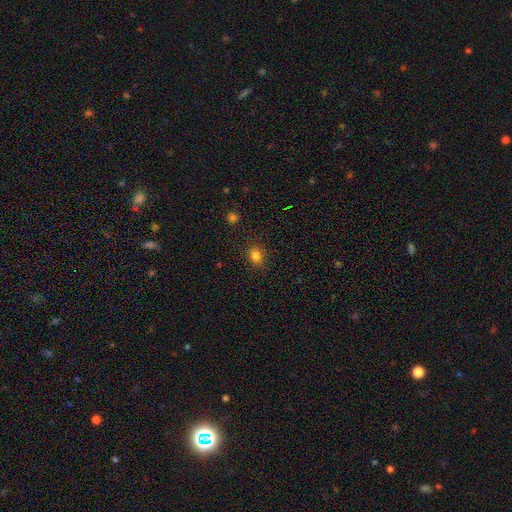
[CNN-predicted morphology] type=smooth (82%); roundness=round (59%); merging=none (85%).